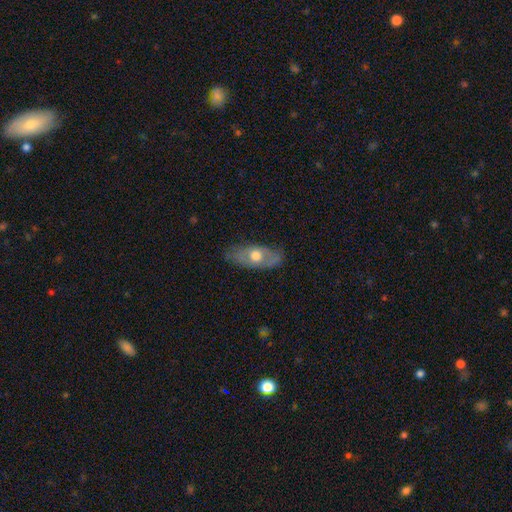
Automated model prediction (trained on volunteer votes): Smooth or featured?
  - smooth: 52% *
  - featured or disk: 42%
  - star or artifact: 6%
How rounded?
  - in between: 81% *
  - cigar-shaped: 14%
  - round: 6%
Merging?
  - none: 77% *
  - minor disturbance: 18%
  - major disturbance: 4%
  - merger: 1%